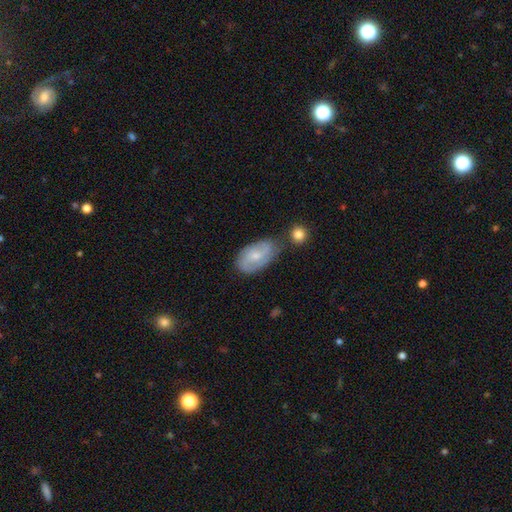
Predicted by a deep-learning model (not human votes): featured or disk 54%, smooth 40%, star or artifact 6%. Down the decision tree: edge-on disk — no (95%); bar — no (59%); spiral arms — yes (81%); bulge size — small (56%); merging — none (61%).